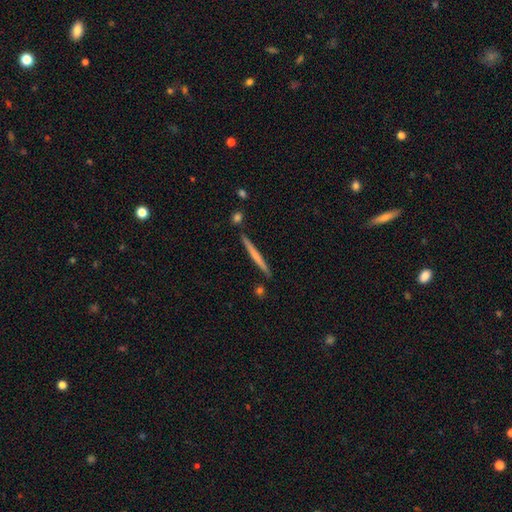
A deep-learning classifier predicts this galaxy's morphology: Smooth or featured? smooth (49%)
Merging? none (89%)